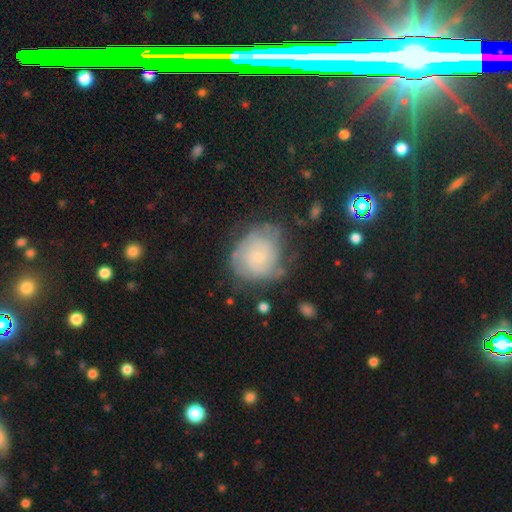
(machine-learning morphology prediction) This appears to be a featured or disk galaxy (56%) with no bar (71%), spiral arms (80%) and a small central bulge (61%). Merging: none (57%).